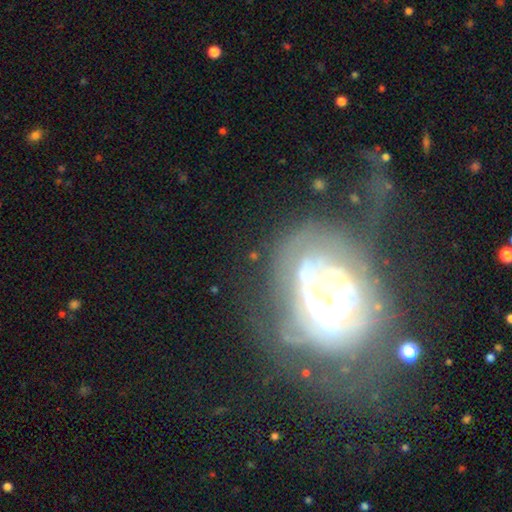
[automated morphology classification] This is likely a featured or disk galaxy (67%). It is clearly not viewed edge-on (93%). Bar: likely no (74%). Spiral arm pattern: likely yes (62%). Central bulge: possibly small (47%). Merging: possibly none (45%).